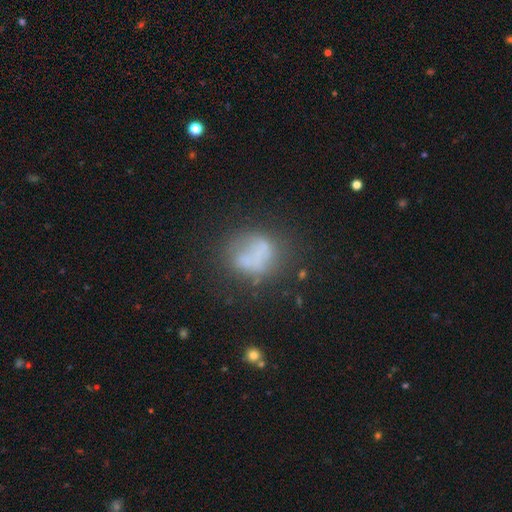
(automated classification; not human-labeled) A smooth galaxy with no disk features (51%) that is round (64%).

Vote fractions:
- Smooth or featured? smooth: 51% / featured or disk: 34% / star or artifact: 15%
- How rounded? round: 64% / in between: 34% / cigar-shaped: 2%
- Merging? none: 43% / minor disturbance: 21% / major disturbance: 20% / merger: 16%